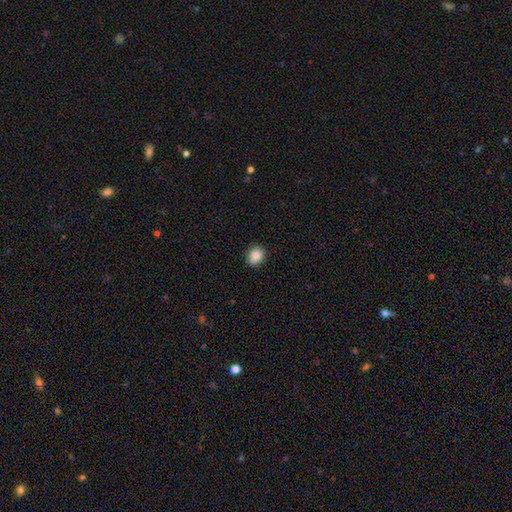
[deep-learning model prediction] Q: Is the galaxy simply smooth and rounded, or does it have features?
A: smooth — 86%.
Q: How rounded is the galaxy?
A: round — 50%.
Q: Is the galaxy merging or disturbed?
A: none — 78%.